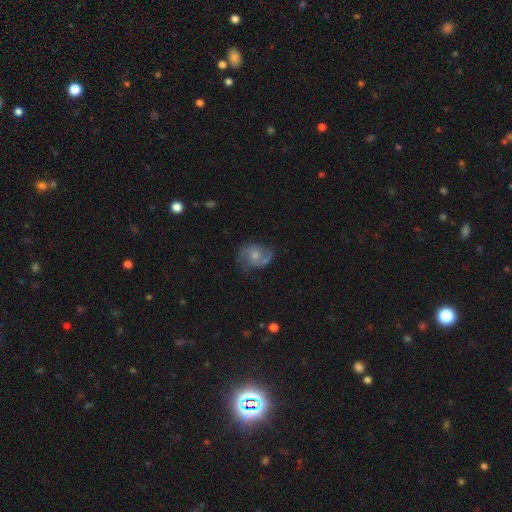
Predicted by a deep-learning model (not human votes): Smooth or featured? featured or disk (72%)
Edge-on disk? no (98%)
Bar? no (63%)
Spiral arms? yes (92%)
Spiral winding? medium (51%)
Spiral arm count? 2 (83%)
Bulge size? small (46%)
Merging? none (66%)